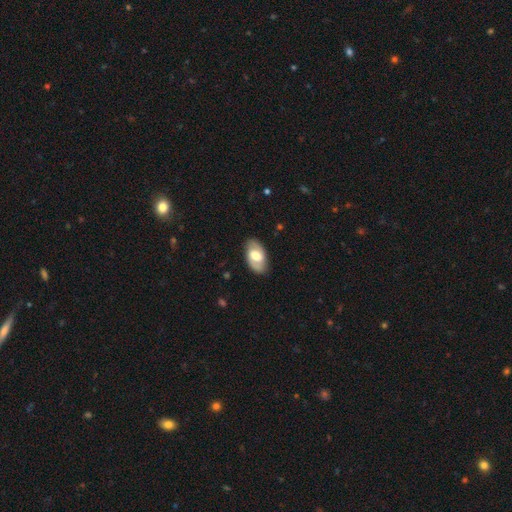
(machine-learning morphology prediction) This is possibly a featured or disk galaxy (54%). It is clearly not viewed edge-on (92%). Merging: clearly none (84%).